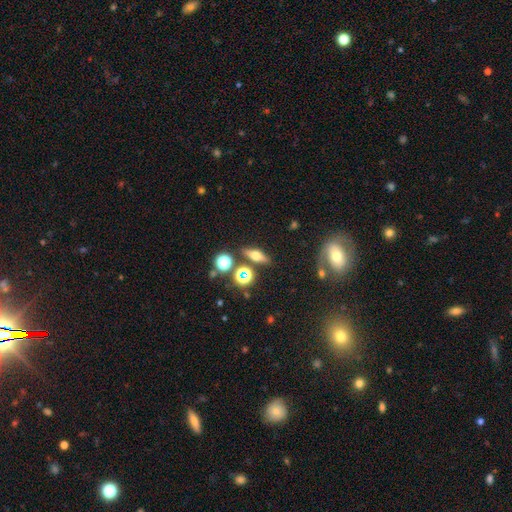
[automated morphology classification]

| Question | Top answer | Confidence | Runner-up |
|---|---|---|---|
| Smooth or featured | featured or disk | 44% | smooth (39%) |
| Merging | none | 79% | minor disturbance (10%) |